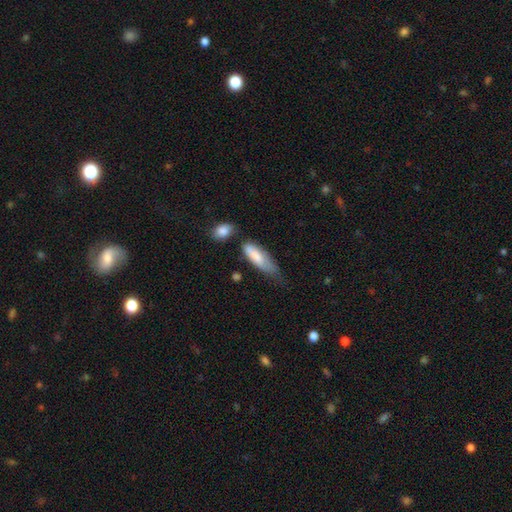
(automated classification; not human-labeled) Smooth or featured?
  - smooth: 79% *
  - featured or disk: 15%
  - star or artifact: 6%
How rounded?
  - in between: 54% *
  - cigar-shaped: 45%
  - round: 2%
Merging?
  - minor disturbance: 40% *
  - none: 33%
  - major disturbance: 17%
  - merger: 10%